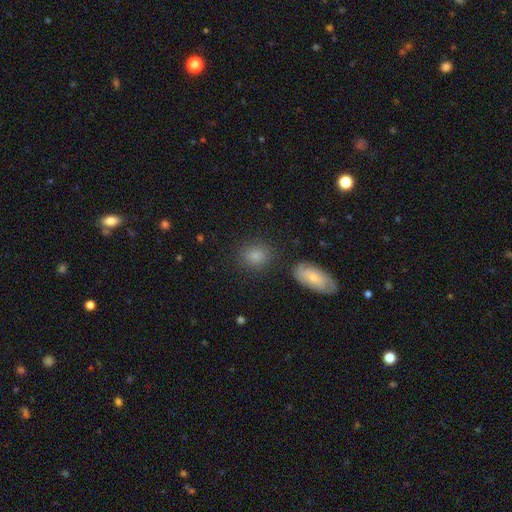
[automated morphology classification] smooth 82%, star or artifact 10%, featured or disk 8%. Down the decision tree: how rounded — round (71%); merging — none (83%).